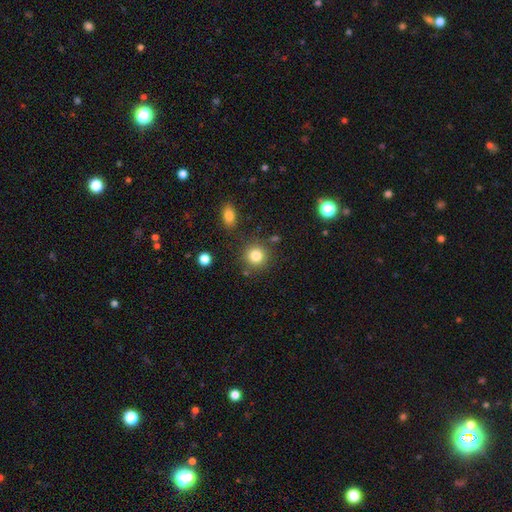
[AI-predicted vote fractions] The model was most divided on "smooth or featured": smooth: 82%, star or artifact: 11%, featured or disk: 6%. More confident: how rounded — round (91%); merging — none (83%).